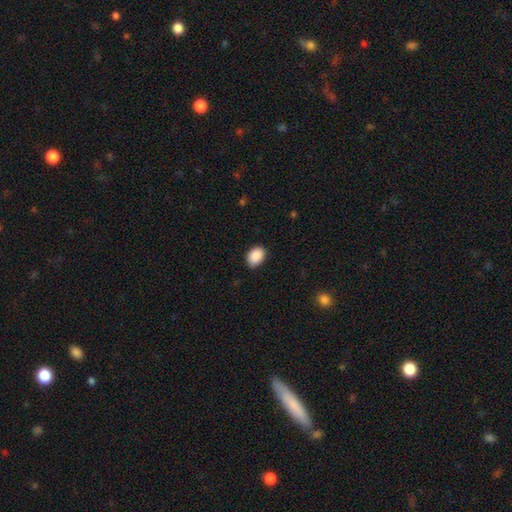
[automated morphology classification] The model was most divided on "how rounded": in between: 80%, round: 19%, cigar-shaped: 1%. More confident: smooth or featured — smooth (90%); merging — none (84%).